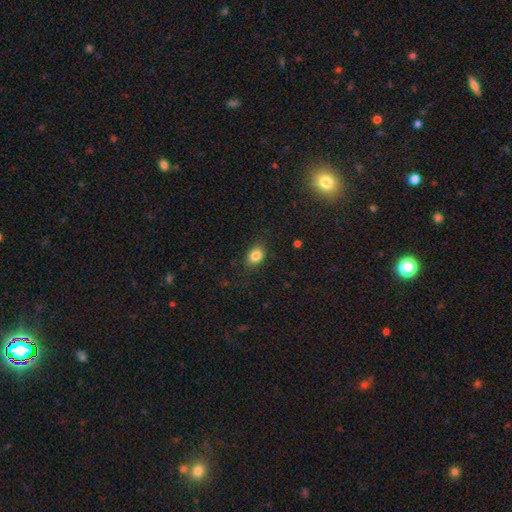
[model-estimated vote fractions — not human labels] smooth 84%, star or artifact 10%, featured or disk 7%. Down the decision tree: how rounded — in between (68%); merging — none (83%).